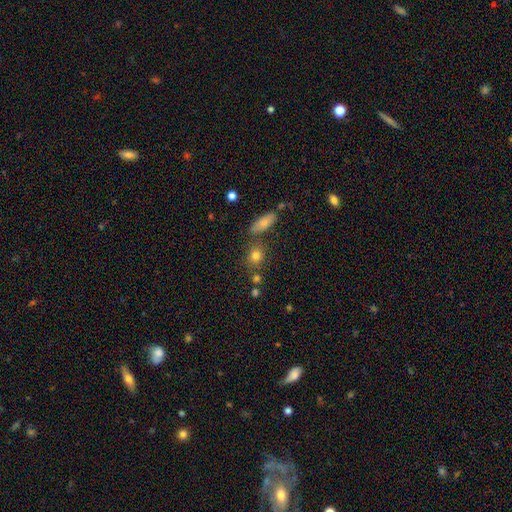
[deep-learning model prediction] The model was most divided on "how rounded": round: 68%, in between: 27%, cigar-shaped: 5%. More confident: smooth or featured — smooth (74%); merging — none (69%).